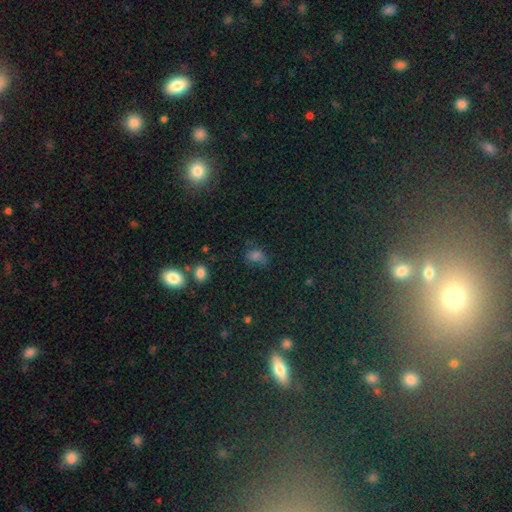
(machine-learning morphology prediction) Overall: smooth (58%; star or artifact 28%). How rounded: in between (63%; round 34%). Merging: none (48%; minor disturbance 27%).